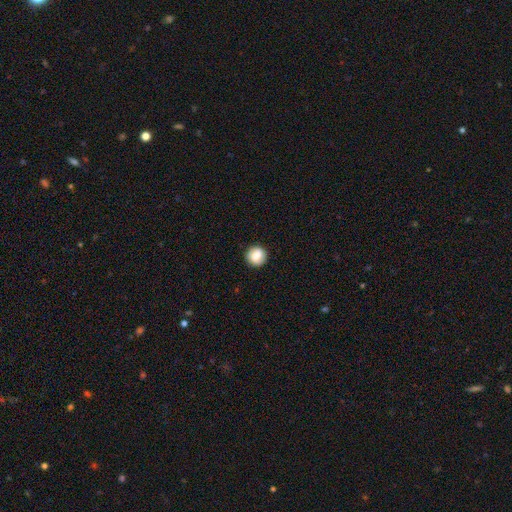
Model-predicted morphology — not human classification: smooth_or_featured: smooth (p=0.72) [alt: featured or disk p=0.19]
how_rounded: round (p=0.92) [alt: in between p=0.07]
merging: none (p=0.90) [alt: minor disturbance p=0.07]